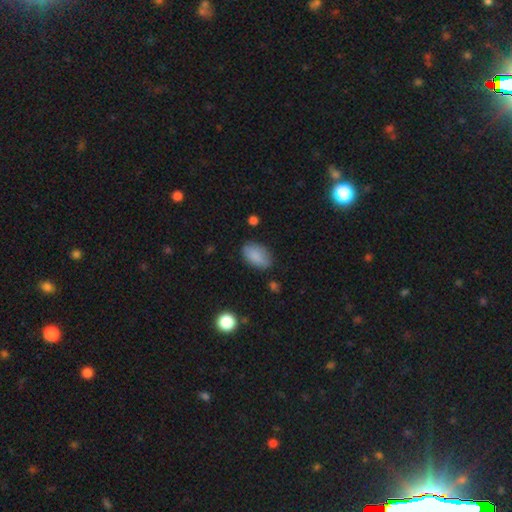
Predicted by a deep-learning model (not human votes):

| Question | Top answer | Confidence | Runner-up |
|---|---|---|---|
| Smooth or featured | smooth | 86% | star or artifact (7%) |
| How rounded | in between | 92% | round (6%) |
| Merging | none | 76% | minor disturbance (18%) |